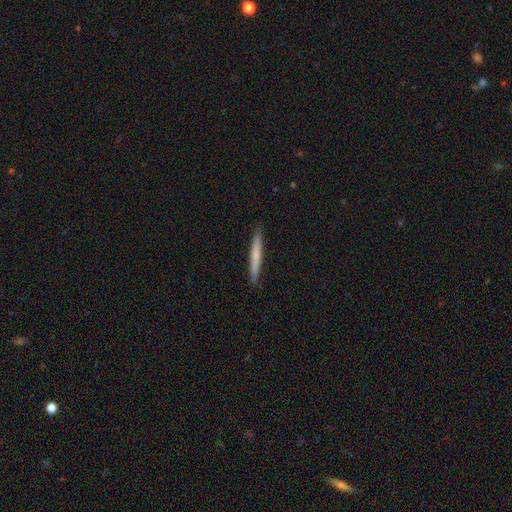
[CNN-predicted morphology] A smooth galaxy with no disk features (64%) that is cigar-shaped (97%).

Vote fractions:
- Smooth or featured? smooth: 64% / featured or disk: 31% / star or artifact: 5%
- How rounded? cigar-shaped: 97% / in between: 2% / round: 1%
- Merging? none: 92% / minor disturbance: 6% / major disturbance: 1% / merger: 1%